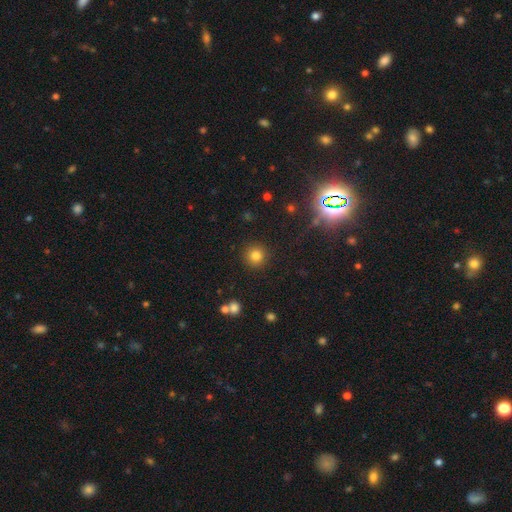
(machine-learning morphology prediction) type=smooth (81%); roundness=round (94%); merging=none (90%).